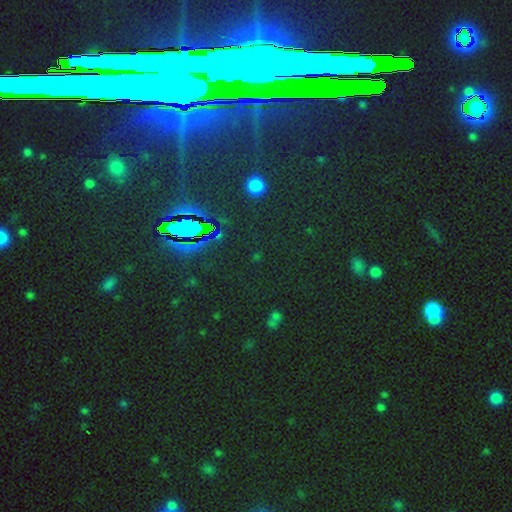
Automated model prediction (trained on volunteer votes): Overall: star or artifact (77%).